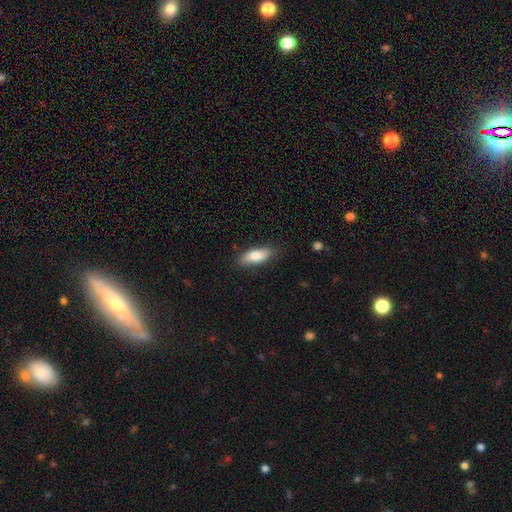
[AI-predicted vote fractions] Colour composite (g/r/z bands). It shows a smooth galaxy with no disk features (82%) that is in between round and cigar-shaped (68%). Merging: none (82%).